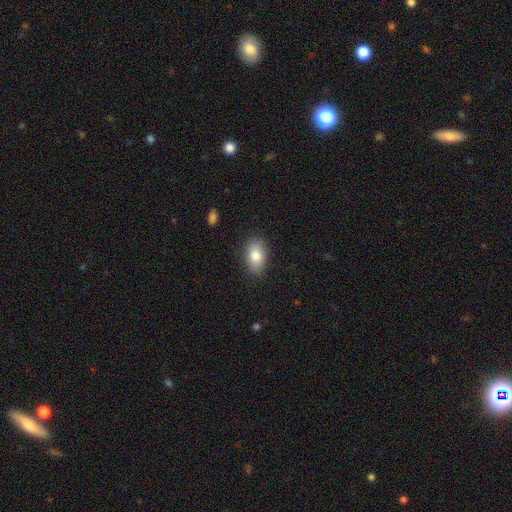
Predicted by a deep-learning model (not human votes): Q: Smooth or featured?
A: smooth (80%); runner-up: featured or disk (12%)
Q: How rounded?
A: in between (88%); runner-up: round (10%)
Q: Merging?
A: none (86%); runner-up: minor disturbance (10%)